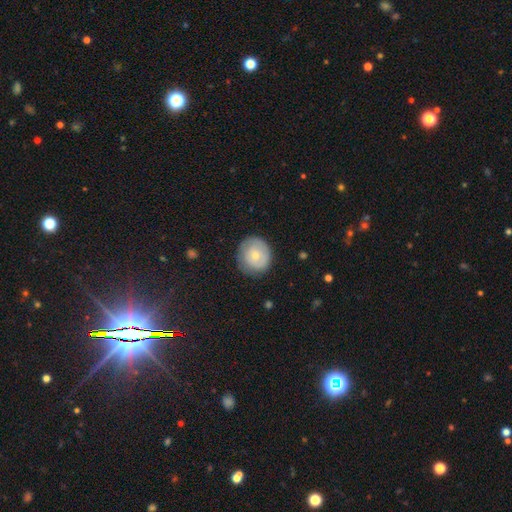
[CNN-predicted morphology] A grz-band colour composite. It shows a smooth galaxy with no disk features (58%) that is round (87%). Merging: none (76%).